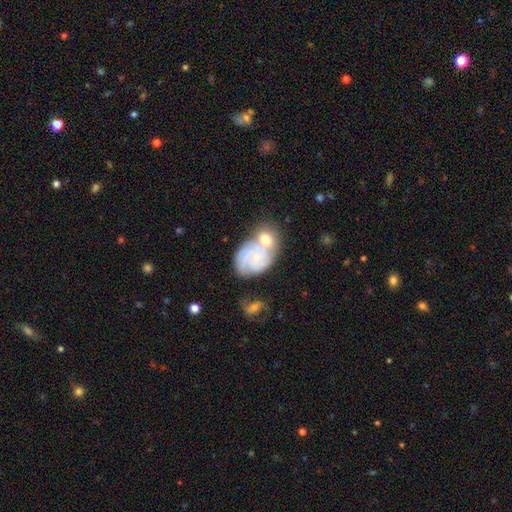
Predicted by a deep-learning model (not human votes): Smooth or featured?
  - featured or disk: 64% *
  - smooth: 27%
  - star or artifact: 9%
Edge-on disk?
  - no: 97% *
  - yes: 3%
Bar?
  - no: 73% *
  - weak: 23%
  - strong: 4%
Spiral arms?
  - yes: 87% *
  - no: 13%
Spiral winding?
  - tight: 55% *
  - medium: 34%
  - loose: 11%
Spiral arm count?
  - can't tell: 36% *
  - 3: 25%
  - 2: 21%
  - 4: 8%
  - 1: 5%
  - more than 4: 5%
Bulge size?
  - small: 66% *
  - moderate: 17%
  - none: 13%
  - large: 2%
  - dominant: 1%
Merging?
  - merger: 38% *
  - none: 36%
  - minor disturbance: 17%
  - major disturbance: 9%